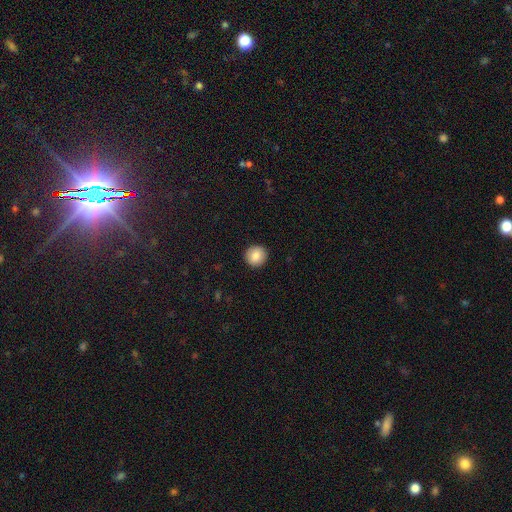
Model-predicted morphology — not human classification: A smooth galaxy with no disk features (86%) that is round (94%).

Vote fractions:
- Smooth or featured? smooth: 86% / star or artifact: 8% / featured or disk: 6%
- How rounded? round: 94% / in between: 5% / cigar-shaped: 1%
- Merging? none: 93% / minor disturbance: 5% / major disturbance: 2% / merger: 1%